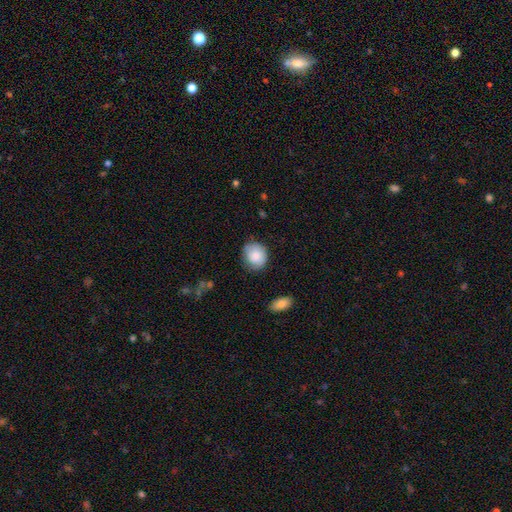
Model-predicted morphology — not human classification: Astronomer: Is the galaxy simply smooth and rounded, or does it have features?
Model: smooth — 85%.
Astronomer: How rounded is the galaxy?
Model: round — 68%.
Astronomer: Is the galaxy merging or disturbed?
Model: none — 74%.